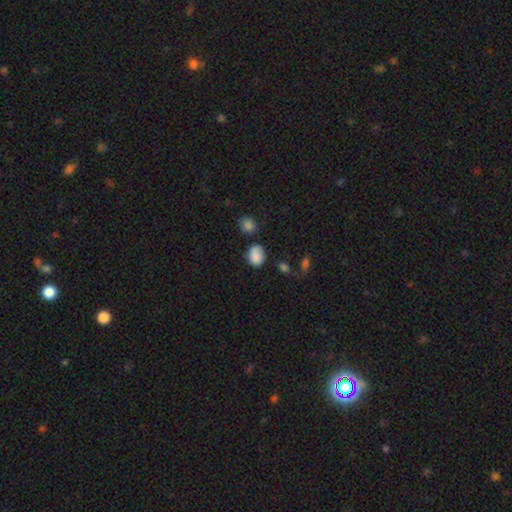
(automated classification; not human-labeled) This appears to be a smooth galaxy with no disk features (86%) that is in between round and cigar-shaped (70%). Merging: none (67%).